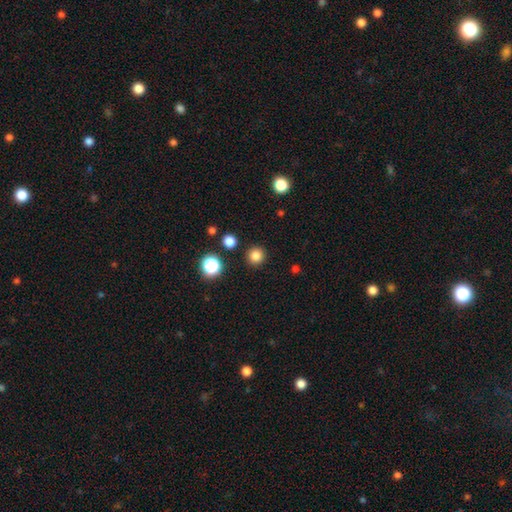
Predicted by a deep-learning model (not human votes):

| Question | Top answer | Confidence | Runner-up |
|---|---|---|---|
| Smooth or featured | smooth | 82% | star or artifact (14%) |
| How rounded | round | 95% | in between (4%) |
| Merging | none | 91% | minor disturbance (5%) |